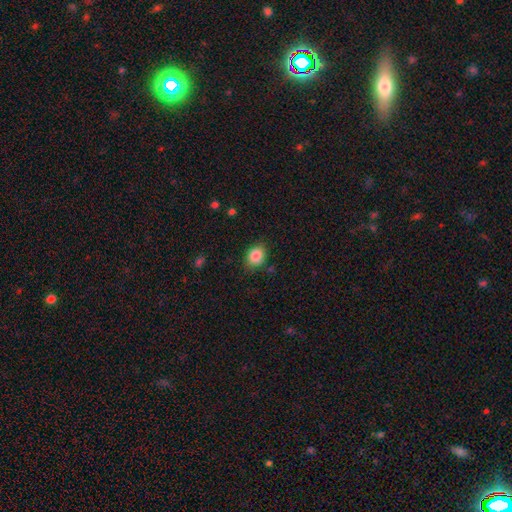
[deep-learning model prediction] Smooth or featured? smooth (85%)
How rounded? in between (56%)
Merging? none (80%)